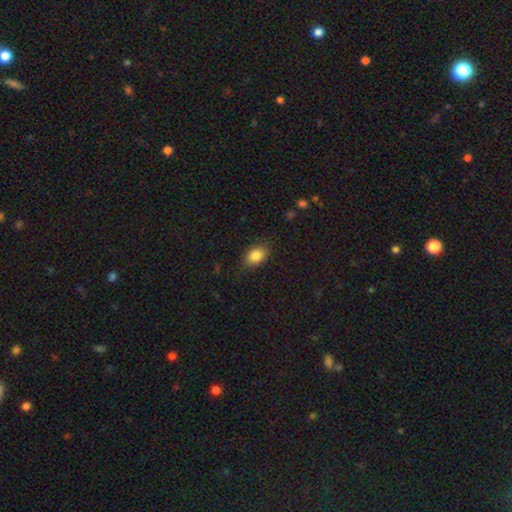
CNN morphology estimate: Smooth or featured?
  - smooth: 86% *
  - star or artifact: 8%
  - featured or disk: 6%
How rounded?
  - in between: 86% *
  - round: 13%
  - cigar-shaped: 1%
Merging?
  - none: 83% *
  - minor disturbance: 13%
  - major disturbance: 3%
  - merger: 1%